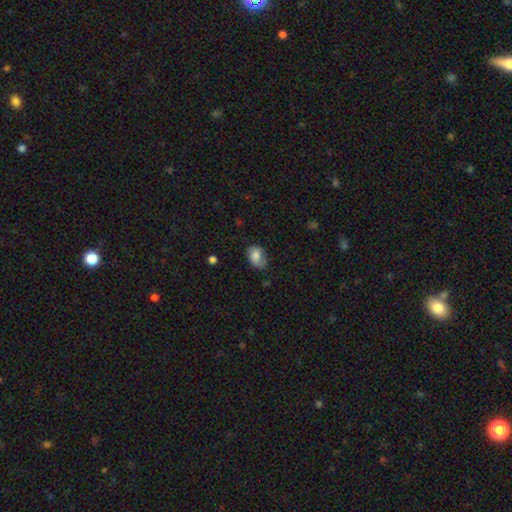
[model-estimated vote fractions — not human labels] This is likely a smooth galaxy (79%). How rounded: clearly in between (80%). Merging: likely none (60%).